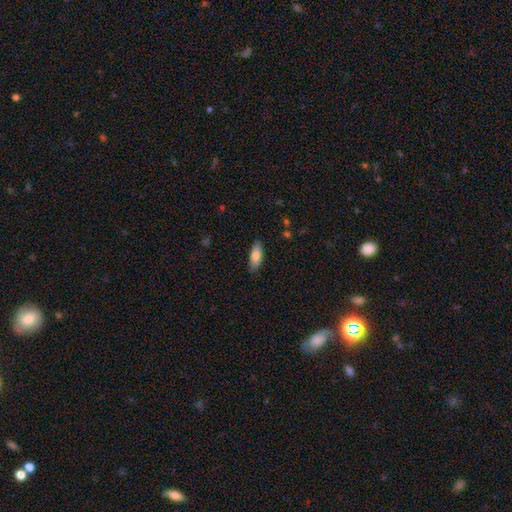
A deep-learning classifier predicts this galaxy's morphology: Overall: smooth (80%). How rounded: in between (74%). Merging: none (86%).